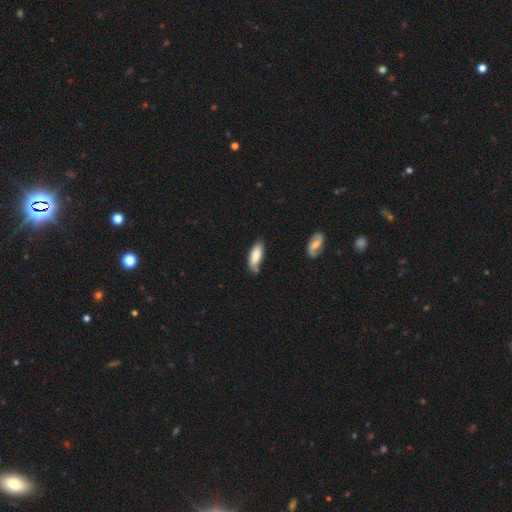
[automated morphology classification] A smooth galaxy with no disk features (82%) that is in between round and cigar-shaped (68%). Merging: none (67%).